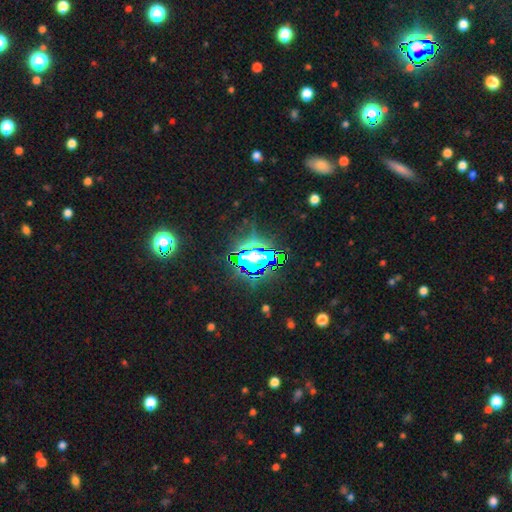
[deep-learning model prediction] This is likely a star or artifact rather than a galaxy (73%).